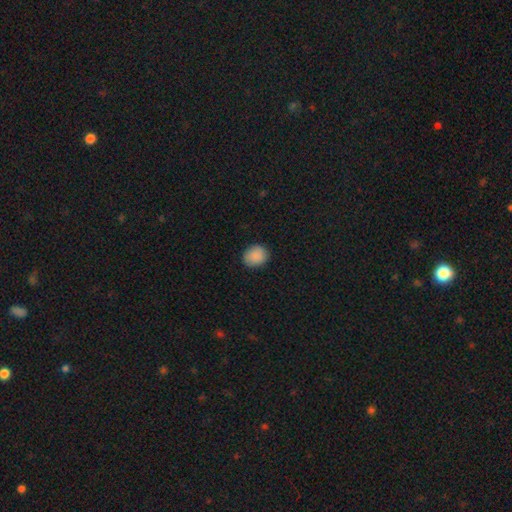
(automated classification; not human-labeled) The model was most divided on "how rounded": round: 68%, in between: 31%, cigar-shaped: 1%. More confident: smooth or featured — smooth (89%); merging — none (88%).